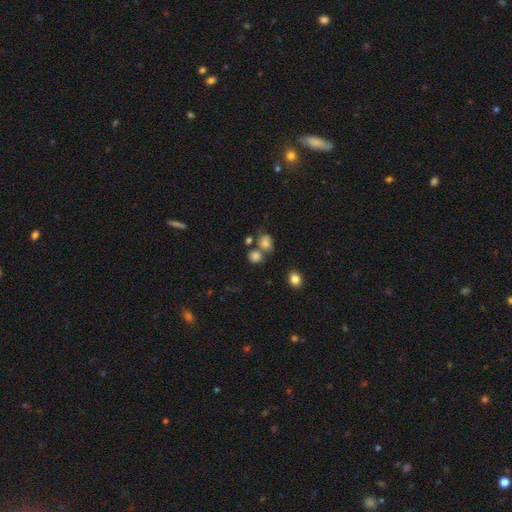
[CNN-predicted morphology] This is likely a smooth galaxy (79%). How rounded: likely round (70%). Merging: possibly none (53%).